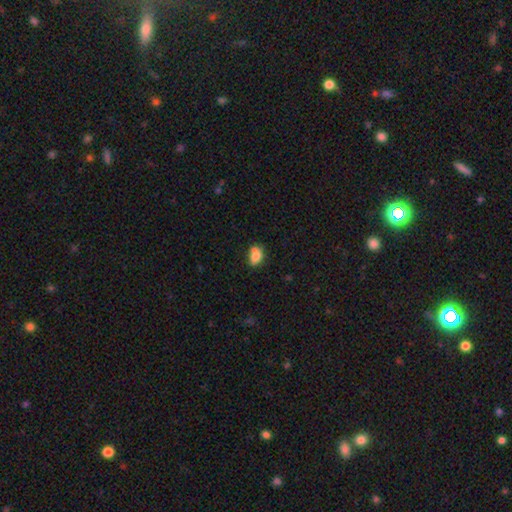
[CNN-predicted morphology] smooth-or-featured: smooth: 78% | featured or disk: 13% | star or artifact: 9%
  how-rounded: in between: 77% | round: 21% | cigar-shaped: 2%
  merging: none: 47% | merger: 24% | minor disturbance: 23% | major disturbance: 7%